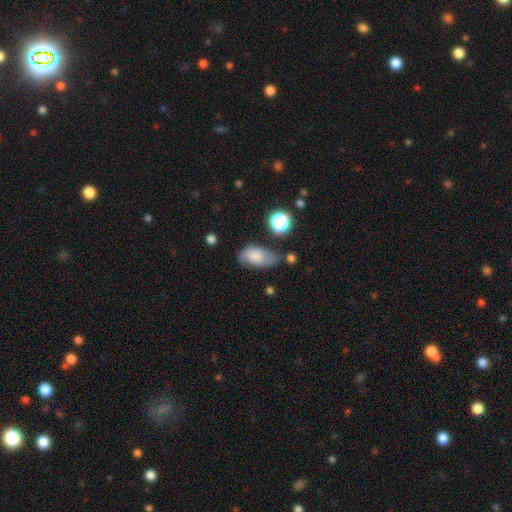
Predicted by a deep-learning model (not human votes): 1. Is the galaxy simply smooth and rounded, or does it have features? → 67% smooth, 22% featured or disk, 11% star or artifact.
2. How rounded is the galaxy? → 90% in between, 7% round, 3% cigar-shaped.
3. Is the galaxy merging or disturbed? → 46% none, 33% minor disturbance, 14% major disturbance, 7% merger.